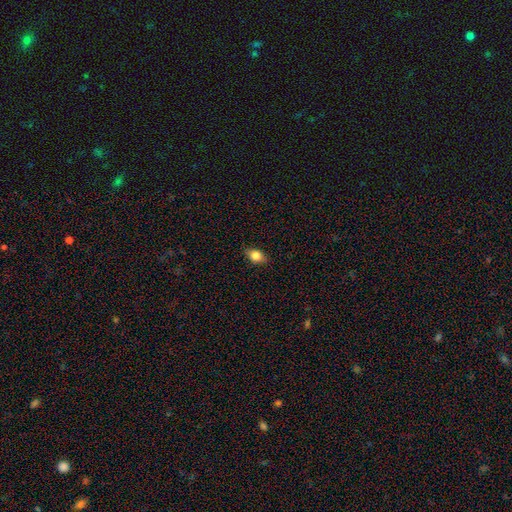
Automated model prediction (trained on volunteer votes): smooth-or-featured: smooth: 80% | featured or disk: 11% | star or artifact: 9%
  how-rounded: in between: 76% | round: 21% | cigar-shaped: 3%
  merging: none: 85% | minor disturbance: 12% | major disturbance: 2% | merger: 1%